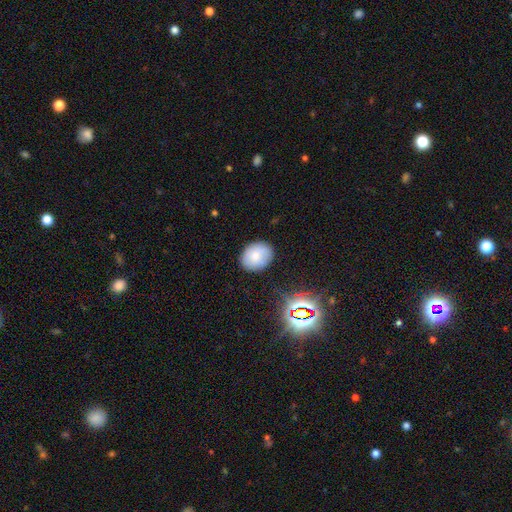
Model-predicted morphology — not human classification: This is likely a smooth galaxy (75%). How rounded: possibly in between (52%). Merging: clearly none (83%).